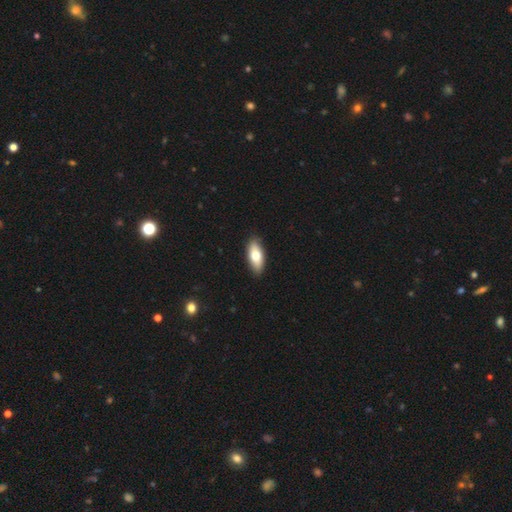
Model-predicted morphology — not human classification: smooth 72%, featured or disk 23%, star or artifact 6%. Down the decision tree: how rounded — in between (83%); merging — none (88%).